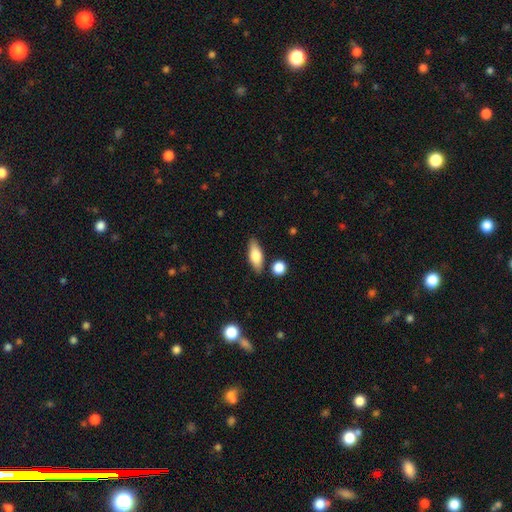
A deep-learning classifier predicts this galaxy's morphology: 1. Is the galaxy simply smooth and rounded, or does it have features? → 72% smooth, 22% featured or disk, 7% star or artifact.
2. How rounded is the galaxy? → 73% in between, 24% cigar-shaped, 4% round.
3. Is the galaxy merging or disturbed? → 82% none, 11% minor disturbance, 5% merger, 3% major disturbance.